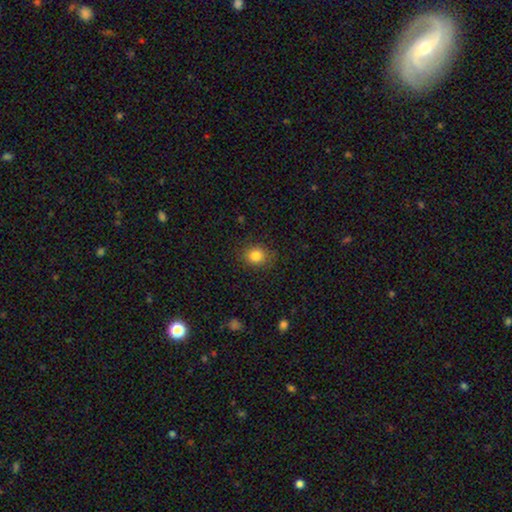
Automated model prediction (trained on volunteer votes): Smooth or featured: smooth — 83% (star or artifact — 11%)
How rounded: round — 72% (in between — 28%)
Merging: none — 84% (minor disturbance — 11%)